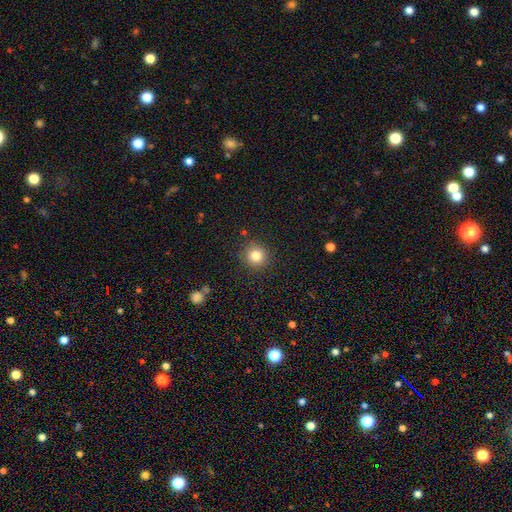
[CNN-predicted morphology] Smooth or featured: smooth — 82% (star or artifact — 11%)
How rounded: round — 92% (in between — 7%)
Merging: none — 88% (minor disturbance — 8%)